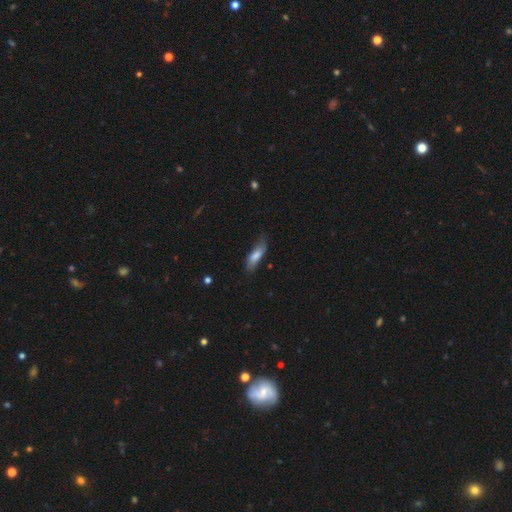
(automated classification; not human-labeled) Smooth or featured? smooth (70%)
How rounded? in between (53%)
Merging? none (62%)